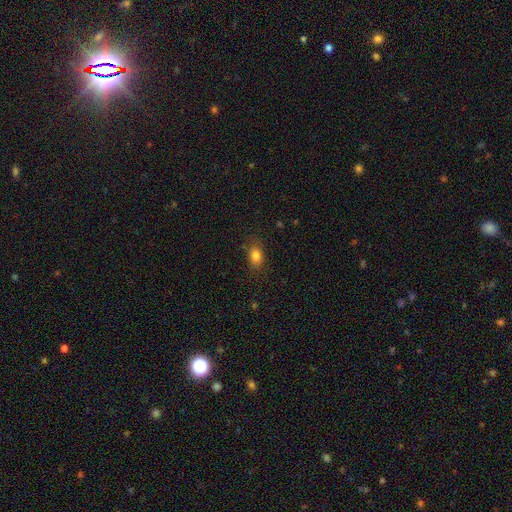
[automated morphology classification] A smooth galaxy with no disk features (83%) that is in between round and cigar-shaped (78%).

Vote fractions:
- Smooth or featured? smooth: 83% / star or artifact: 11% / featured or disk: 6%
- How rounded? in between: 78% / round: 19% / cigar-shaped: 2%
- Merging? none: 82% / minor disturbance: 13% / major disturbance: 4% / merger: 1%